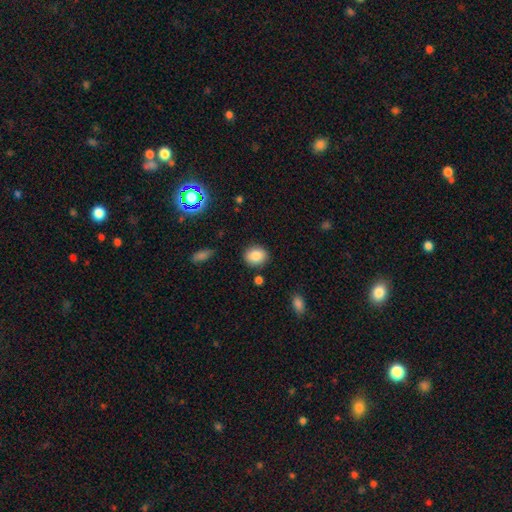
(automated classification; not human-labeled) A smooth galaxy with no disk features (85%) that is round (63%).

Vote fractions:
- Smooth or featured? smooth: 85% / star or artifact: 9% / featured or disk: 6%
- How rounded? round: 63% / in between: 36% / cigar-shaped: 1%
- Merging? none: 85% / minor disturbance: 9% / merger: 3% / major disturbance: 3%